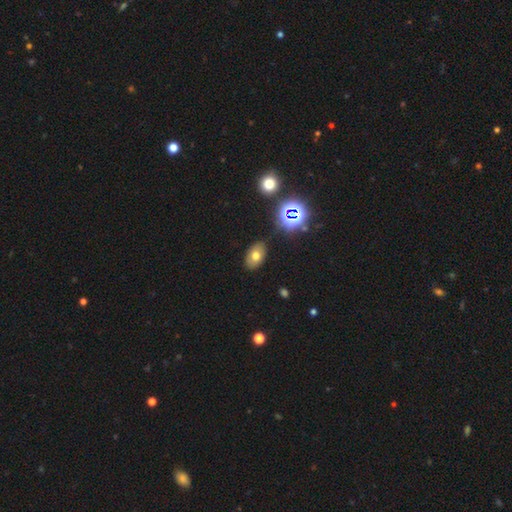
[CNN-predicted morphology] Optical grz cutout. It shows a smooth galaxy with no disk features (65%) that is in between round and cigar-shaped (86%). Merging: none (82%).